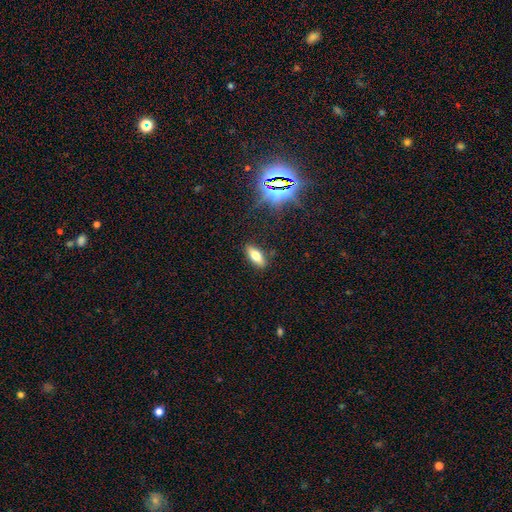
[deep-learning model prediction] Smooth or featured? Predicted: smooth (p=0.65). How rounded? Predicted: in between (p=0.72). Merging? Predicted: none (p=0.88).